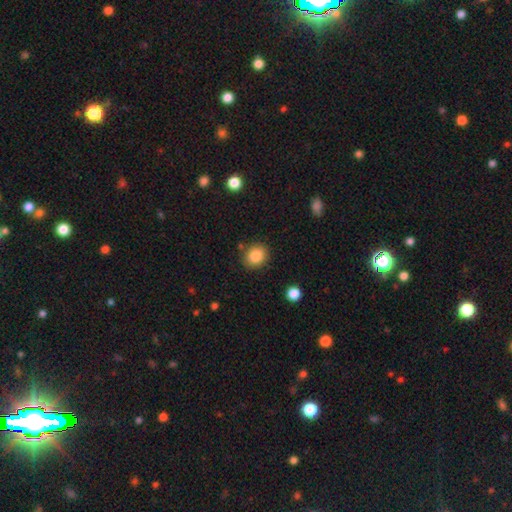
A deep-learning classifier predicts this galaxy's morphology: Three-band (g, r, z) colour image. It shows a smooth galaxy with no disk features (86%) that is round (66%). Merging: none (84%).